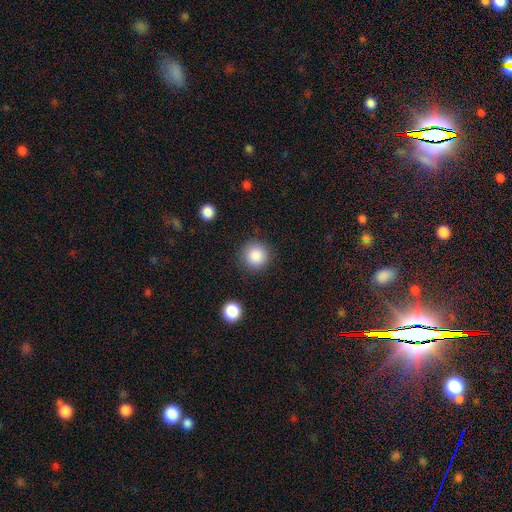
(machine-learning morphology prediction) Smooth or featured? smooth (86%)
How rounded? round (95%)
Merging? none (88%)